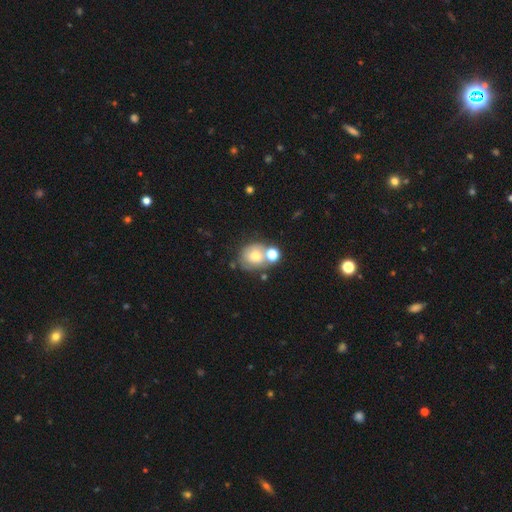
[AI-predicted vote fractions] Overall: smooth (62%; featured or disk 25%). How rounded: round (70%). Merging: none (45%; merger 32%).